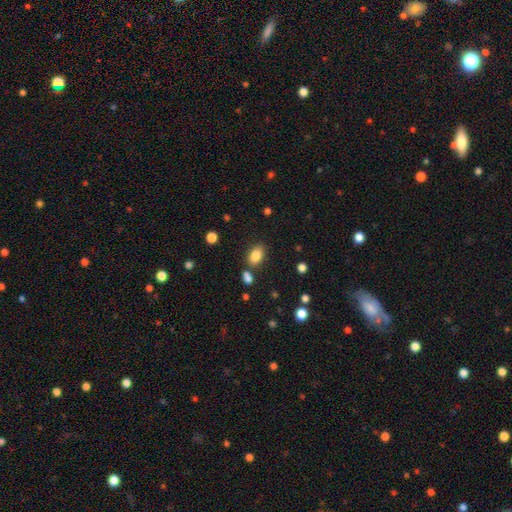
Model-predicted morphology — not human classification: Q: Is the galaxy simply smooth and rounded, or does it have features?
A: smooth — 85%.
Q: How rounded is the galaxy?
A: in between — 86%.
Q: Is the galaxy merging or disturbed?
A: none — 76%.